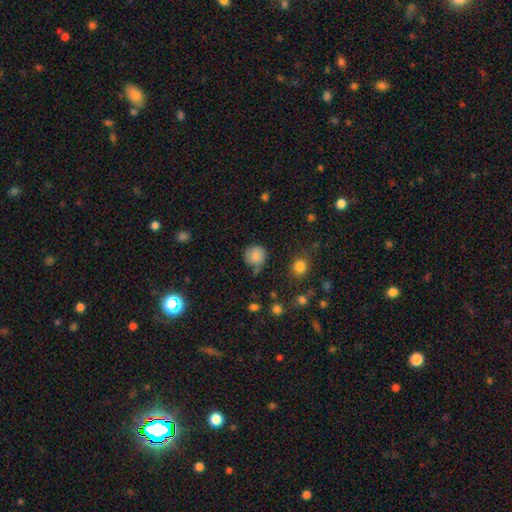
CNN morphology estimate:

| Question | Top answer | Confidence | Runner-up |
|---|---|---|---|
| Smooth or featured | smooth | 83% | star or artifact (10%) |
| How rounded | round | 87% | in between (12%) |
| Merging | none | 65% | minor disturbance (23%) |